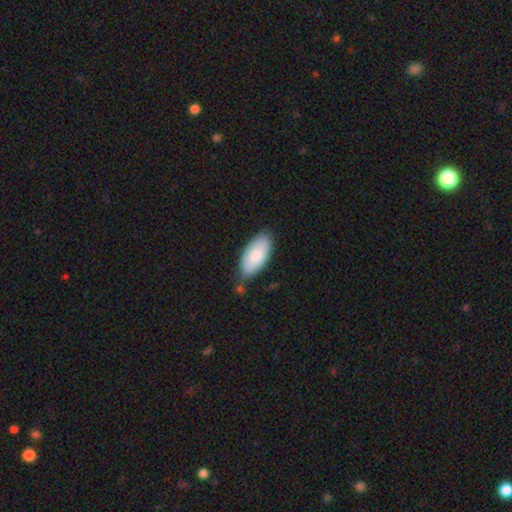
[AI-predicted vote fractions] smooth-or-featured: smooth: 84% | featured or disk: 11% | star or artifact: 5%
  how-rounded: in between: 93% | cigar-shaped: 6% | round: 2%
  merging: none: 67% | minor disturbance: 24% | merger: 5% | major disturbance: 5%